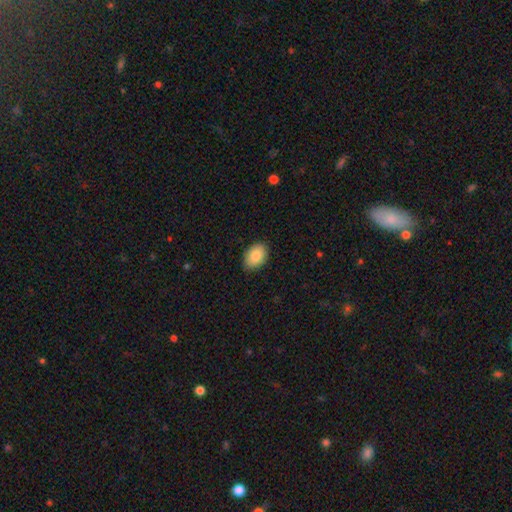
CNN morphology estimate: Smooth or featured?
  - smooth: 86% *
  - featured or disk: 7%
  - star or artifact: 7%
How rounded?
  - in between: 85% *
  - round: 14%
  - cigar-shaped: 1%
Merging?
  - none: 86% *
  - minor disturbance: 11%
  - major disturbance: 2%
  - merger: 1%